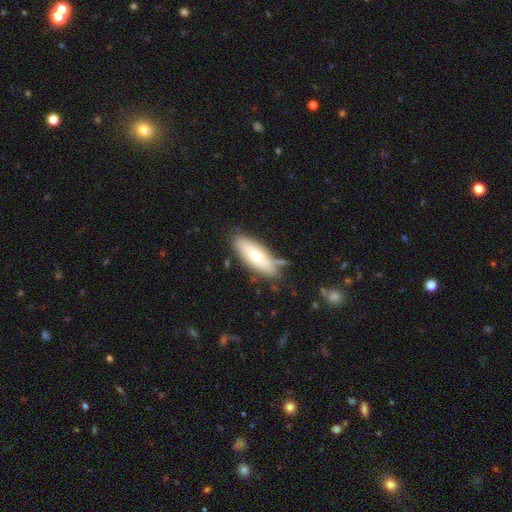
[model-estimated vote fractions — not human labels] This is likely a smooth galaxy (64%). How rounded: likely in between (68%). Merging: likely none (70%).